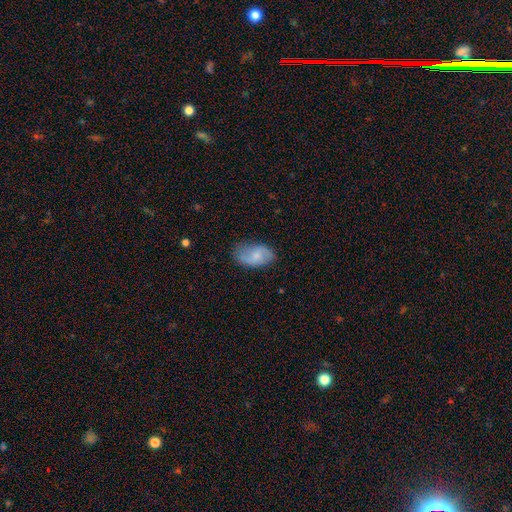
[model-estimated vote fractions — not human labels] smooth_or_featured: smooth (p=0.56) [alt: featured or disk p=0.37]
how_rounded: in between (p=0.92) [alt: round p=0.06]
merging: none (p=0.73) [alt: minor disturbance p=0.21]